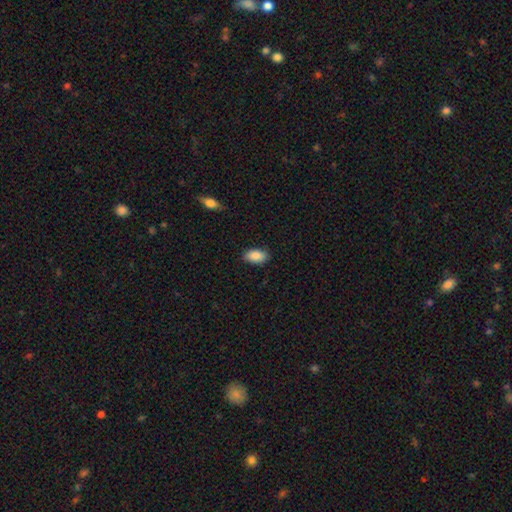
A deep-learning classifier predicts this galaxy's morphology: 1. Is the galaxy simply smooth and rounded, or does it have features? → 89% smooth, 7% star or artifact, 5% featured or disk.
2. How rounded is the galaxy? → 93% in between, 4% round, 3% cigar-shaped.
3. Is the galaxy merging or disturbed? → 86% none, 11% minor disturbance, 2% major disturbance, 1% merger.